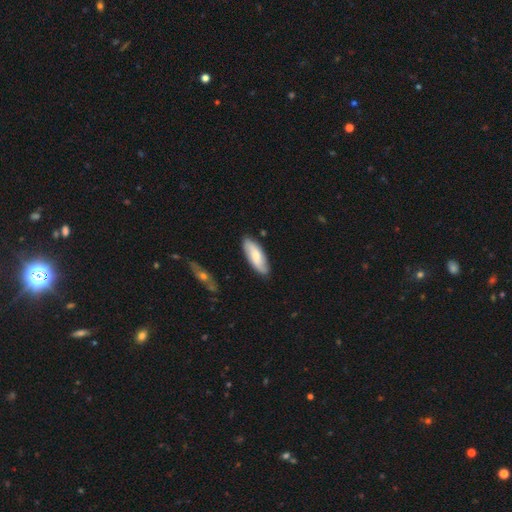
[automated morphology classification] Overall: smooth (60%; featured or disk 34%). How rounded: in between (71%). Merging: none (84%).